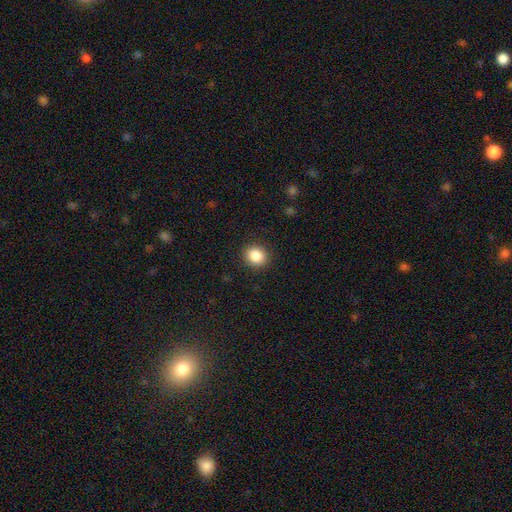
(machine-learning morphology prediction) The model was most divided on "how rounded": round: 72%, in between: 27%, cigar-shaped: 1%. More confident: merging — none (90%); smooth or featured — smooth (86%).